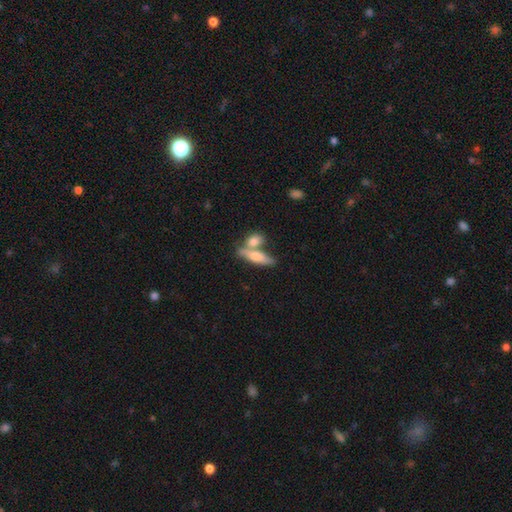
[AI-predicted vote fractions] Q: Smooth or featured?
A: smooth (68%); runner-up: featured or disk (26%)
Q: How rounded?
A: cigar-shaped (52%); runner-up: in between (44%)
Q: Merging?
A: none (45%); runner-up: merger (40%)